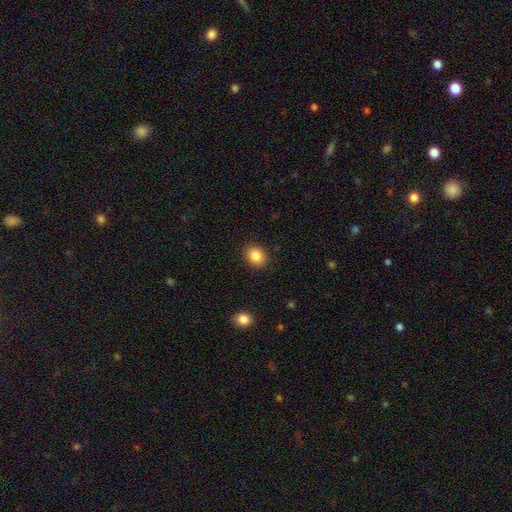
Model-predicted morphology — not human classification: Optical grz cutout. It shows a smooth galaxy with no disk features (85%) that is round (56%). Merging: none (90%).